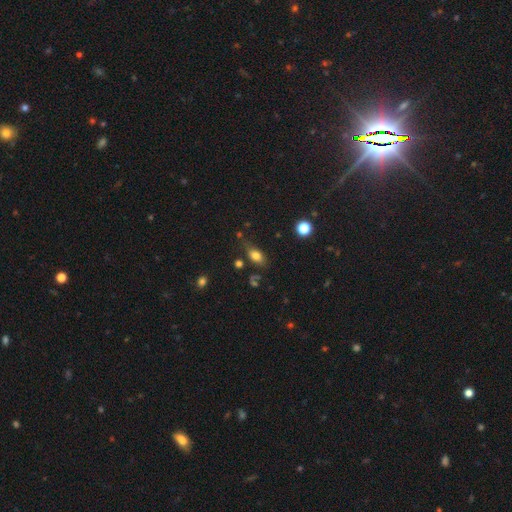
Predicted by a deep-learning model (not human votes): The model was most divided on "merging": none: 68%, minor disturbance: 21%, major disturbance: 6%, merger: 5%. More confident: how rounded — in between (81%); smooth or featured — smooth (77%).